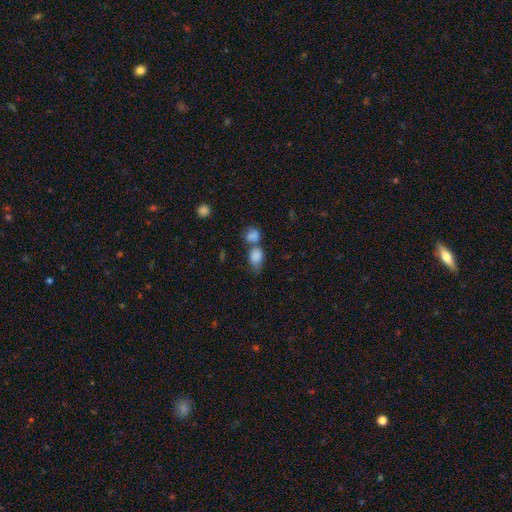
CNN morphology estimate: Smooth or featured: smooth — 82% (star or artifact — 10%)
How rounded: in between — 68% (round — 30%)
Merging: merger — 53% (none — 28%)